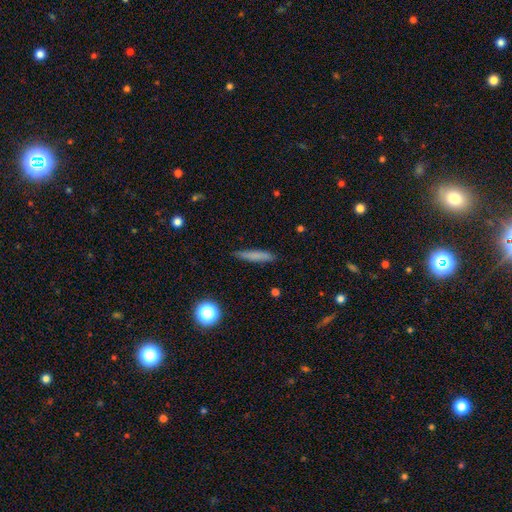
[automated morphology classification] Smooth or featured? Predicted: smooth (p=0.77). How rounded? Predicted: cigar-shaped (p=0.90). Merging? Predicted: none (p=0.85).